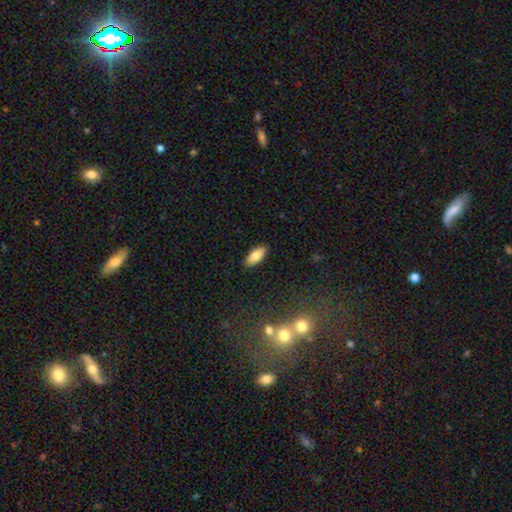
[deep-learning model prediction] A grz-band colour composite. It shows a smooth galaxy with no disk features (83%) that is in between round and cigar-shaped (84%). Merging: none (89%).